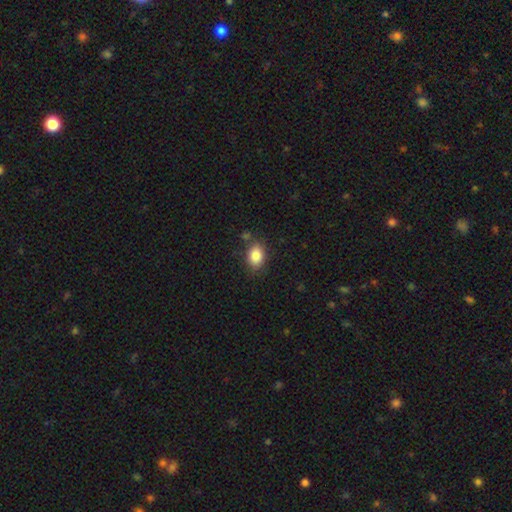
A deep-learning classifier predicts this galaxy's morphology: Smooth or featured? Predicted: smooth (p=0.85). How rounded? Predicted: in between (p=0.75). Merging? Predicted: none (p=0.77).